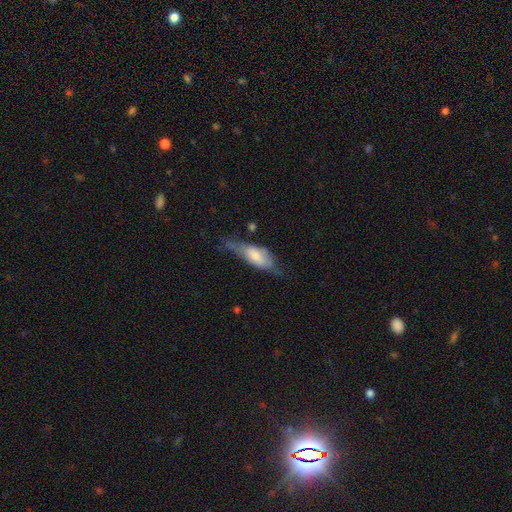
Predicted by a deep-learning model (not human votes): Q: Smooth or featured?
A: smooth (57%); runner-up: featured or disk (36%)
Q: How rounded?
A: in between (69%); runner-up: cigar-shaped (28%)
Q: Merging?
A: none (38%); runner-up: minor disturbance (37%)